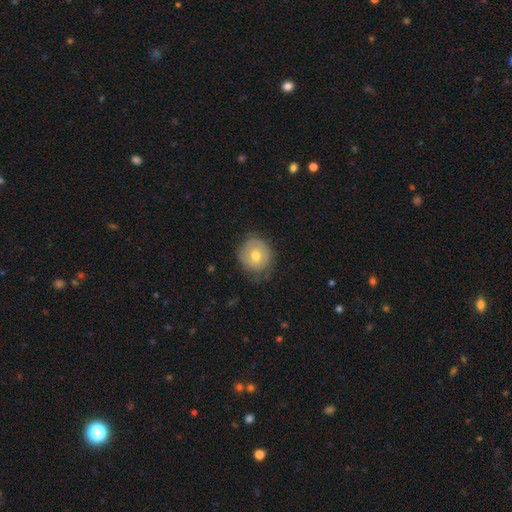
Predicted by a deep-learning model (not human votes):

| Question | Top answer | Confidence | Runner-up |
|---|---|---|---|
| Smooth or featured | smooth | 59% | featured or disk (34%) |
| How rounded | round | 84% | in between (15%) |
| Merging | none | 62% | minor disturbance (28%) |